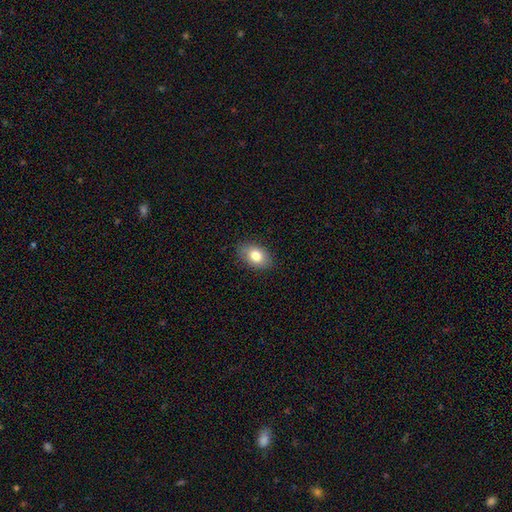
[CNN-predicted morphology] The model was most divided on "smooth or featured": smooth: 81%, featured or disk: 11%, star or artifact: 8%. More confident: merging — none (86%); how rounded — in between (85%).